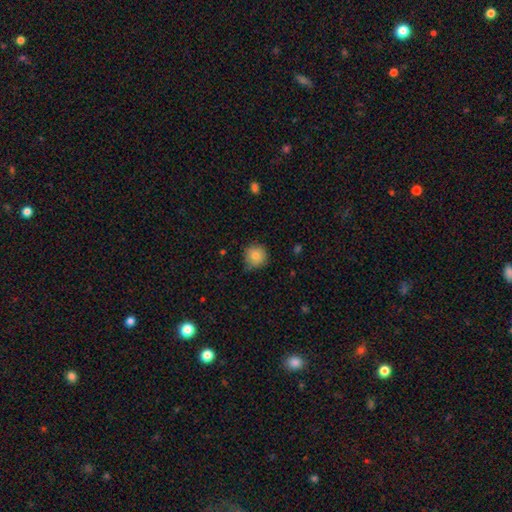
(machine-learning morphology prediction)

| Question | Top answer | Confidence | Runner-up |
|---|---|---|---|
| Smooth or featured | smooth | 82% | star or artifact (10%) |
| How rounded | round | 93% | in between (6%) |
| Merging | none | 73% | minor disturbance (22%) |